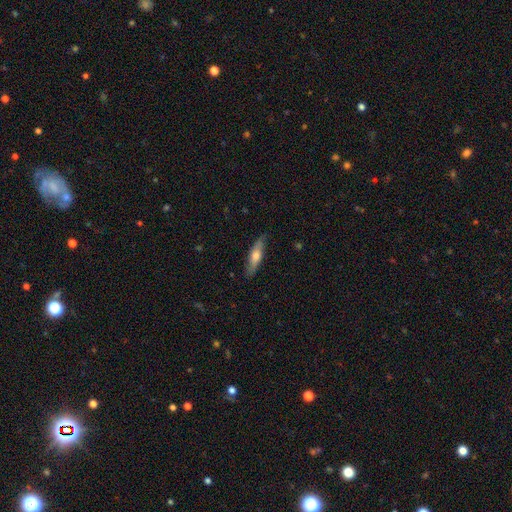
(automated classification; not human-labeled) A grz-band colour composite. It shows a smooth galaxy with no disk features (52%) that is cigar-shaped (70%). Merging: none (83%).